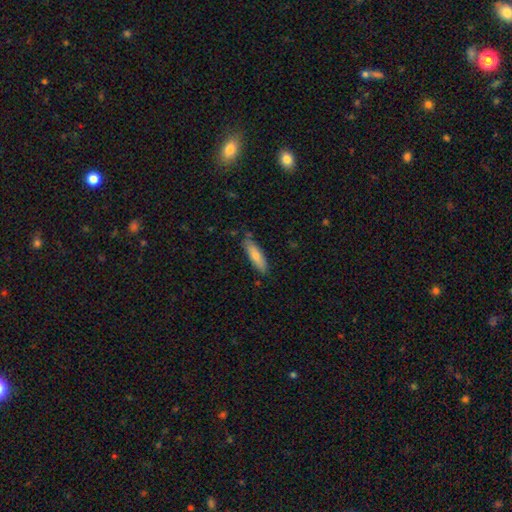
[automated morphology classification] This appears to be a smooth galaxy with no disk features (76%) that is cigar-shaped (60%). Merging: none (81%).